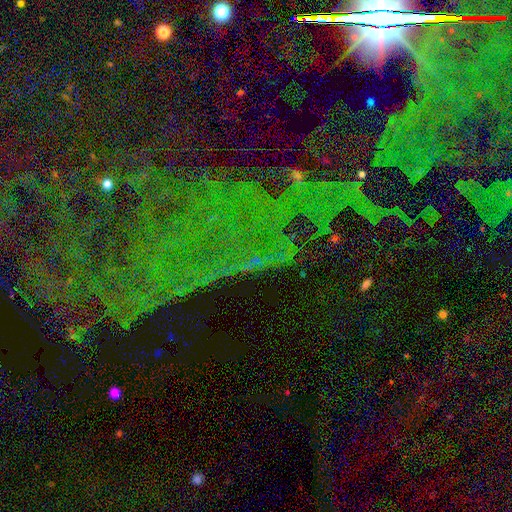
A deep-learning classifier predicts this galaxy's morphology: star or artifact 79%, featured or disk 12%, smooth 9%.